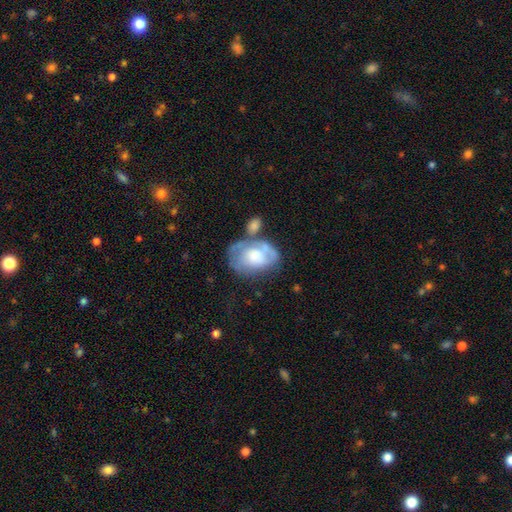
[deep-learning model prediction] This is possibly a featured or disk galaxy (51%). It is clearly not viewed edge-on (96%). Merging: marginally none (34%).